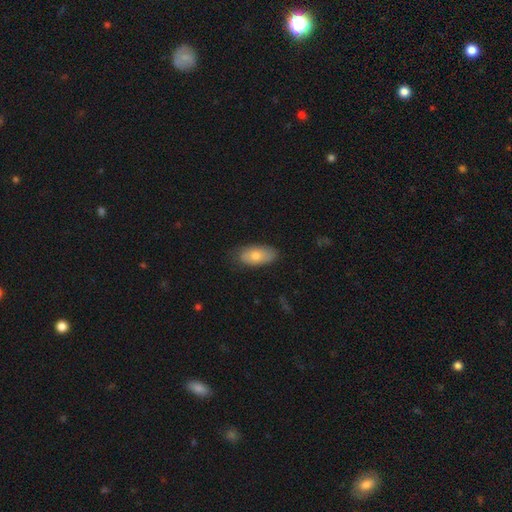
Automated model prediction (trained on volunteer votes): This appears to be a smooth galaxy with no disk features (74%) that is in between round and cigar-shaped (91%). Merging: none (77%).